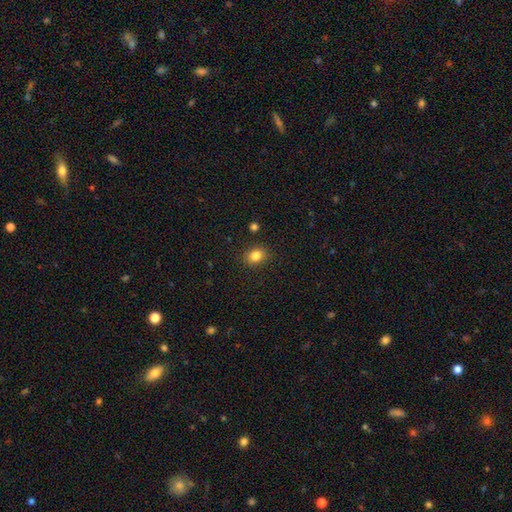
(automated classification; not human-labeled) Morphology: type=smooth (84%); roundness=in between (52%); merging=none (87%).